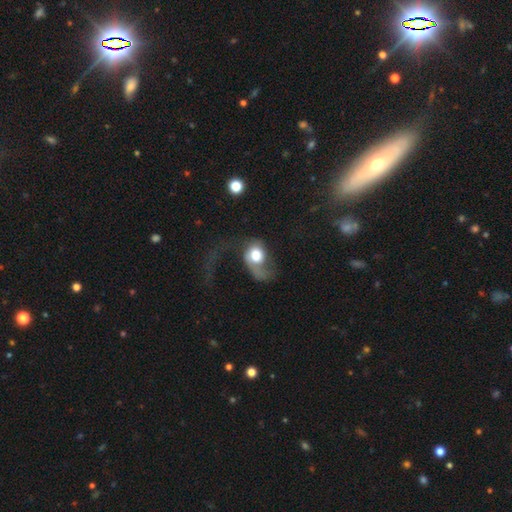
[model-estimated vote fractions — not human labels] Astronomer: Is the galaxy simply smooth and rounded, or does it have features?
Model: smooth — 51% (runner-up: featured or disk, 41%).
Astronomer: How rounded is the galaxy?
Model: round — 56% (runner-up: in between, 43%).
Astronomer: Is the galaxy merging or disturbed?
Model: major disturbance — 63%.